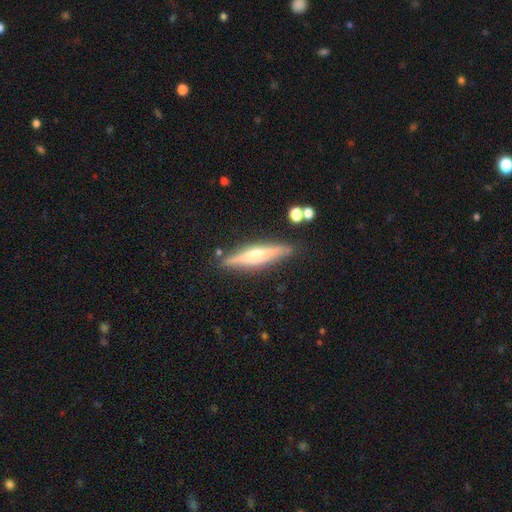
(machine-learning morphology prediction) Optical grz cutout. It shows a featured or disk galaxy (65%) viewed edge-on (95%) with a rounded central bulge (89%). Merging: none (85%).